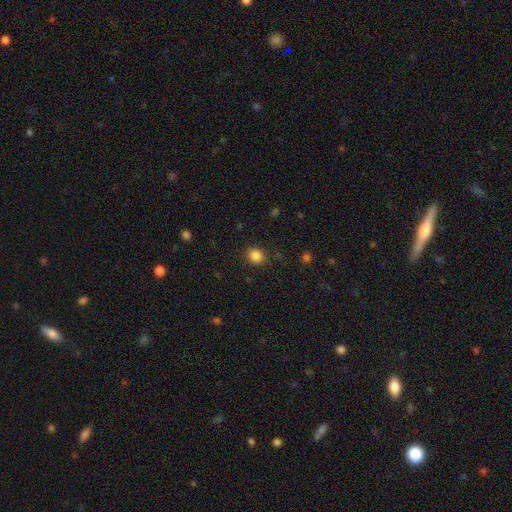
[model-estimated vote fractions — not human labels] smooth-or-featured: smooth: 85% | star or artifact: 11% | featured or disk: 4%
  how-rounded: round: 75% | in between: 24% | cigar-shaped: 1%
  merging: none: 87% | minor disturbance: 9% | major disturbance: 3% | merger: 1%